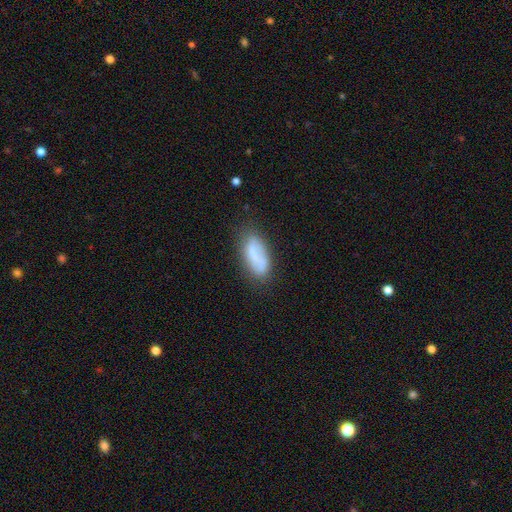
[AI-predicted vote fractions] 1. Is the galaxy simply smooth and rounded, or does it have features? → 60% smooth, 32% featured or disk, 8% star or artifact.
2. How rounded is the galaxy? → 83% in between, 14% cigar-shaped, 3% round.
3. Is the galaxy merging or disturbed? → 62% none, 24% minor disturbance, 8% major disturbance, 6% merger.